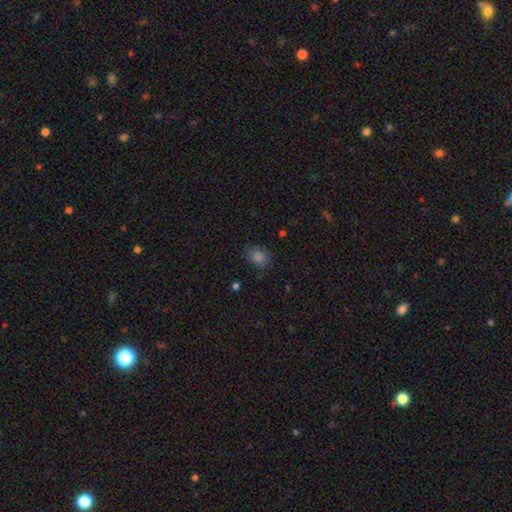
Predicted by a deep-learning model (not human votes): Smooth or featured?
  - smooth: 73% *
  - star or artifact: 20%
  - featured or disk: 6%
How rounded?
  - round: 61% *
  - in between: 38%
  - cigar-shaped: 1%
Merging?
  - none: 81% *
  - minor disturbance: 13%
  - major disturbance: 3%
  - merger: 2%